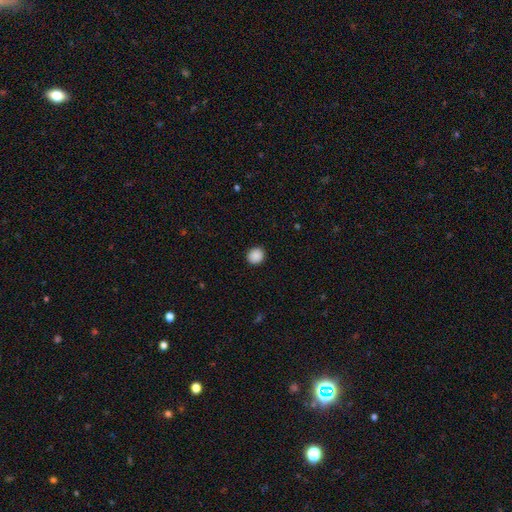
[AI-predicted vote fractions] Overall: smooth (89%). How rounded: round (89%). Merging: none (93%).